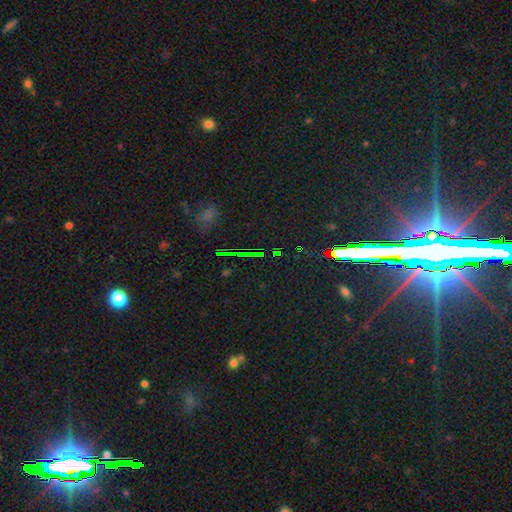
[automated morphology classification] Overall: star or artifact (75%).